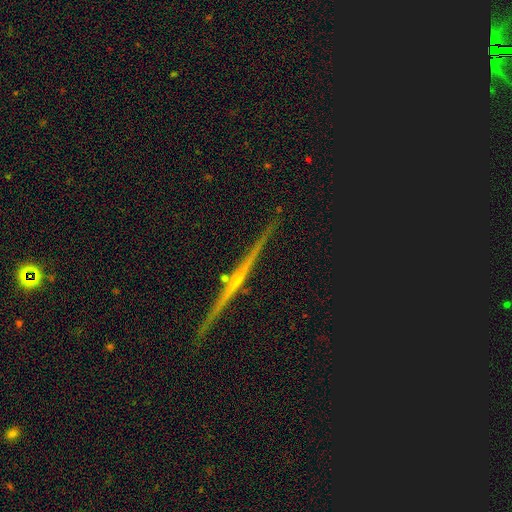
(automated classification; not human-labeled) Q: Smooth or featured?
A: featured or disk (58%); runner-up: star or artifact (28%)
Q: Edge-on disk?
A: yes (93%); runner-up: no (7%)
Q: Edge-on bulge?
A: rounded (50%); runner-up: none (39%)
Q: Merging?
A: none (91%); runner-up: minor disturbance (6%)